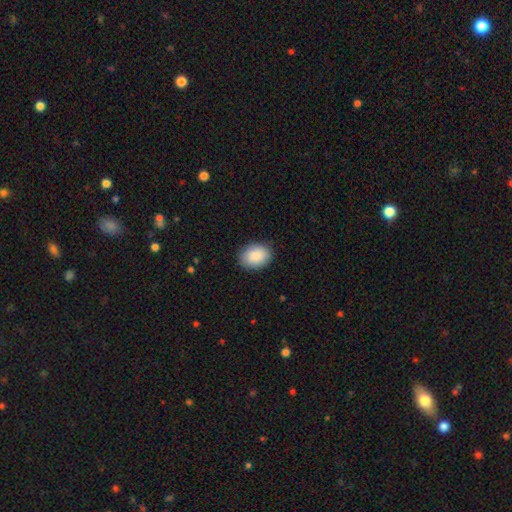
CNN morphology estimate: A smooth galaxy with no disk features (89%) that is in between round and cigar-shaped (70%). Merging: none (88%).